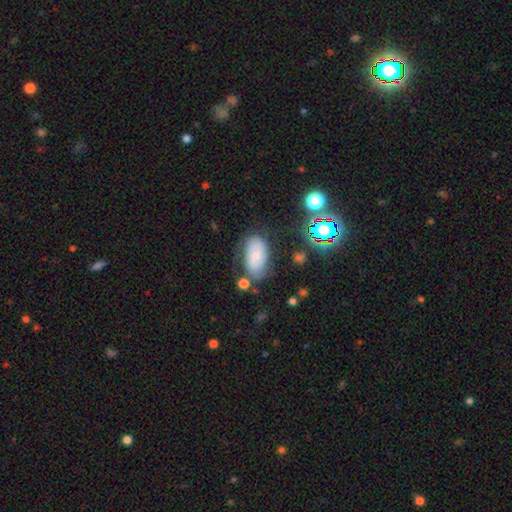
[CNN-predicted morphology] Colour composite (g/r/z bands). It shows a smooth galaxy with no disk features (48%). Merging: none (61%).